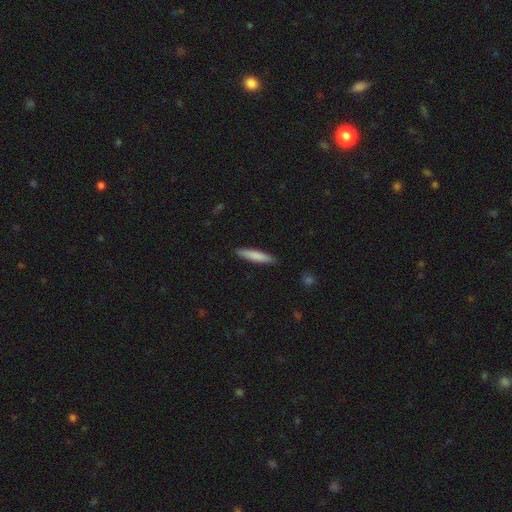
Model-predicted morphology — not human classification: Smooth or featured: smooth — 81% (featured or disk — 13%)
How rounded: cigar-shaped — 87% (in between — 12%)
Merging: none — 90% (minor disturbance — 8%)